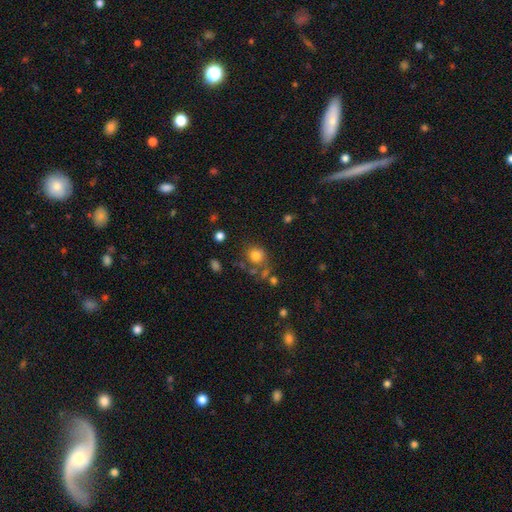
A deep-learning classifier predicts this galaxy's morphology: smooth 78%, star or artifact 13%, featured or disk 9%. Down the decision tree: how rounded — round (80%); merging — none (60%).